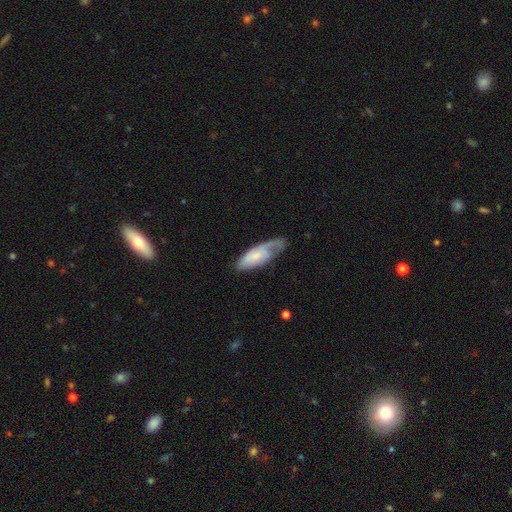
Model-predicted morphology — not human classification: This appears to be a featured or disk galaxy (48%). Merging: none (44%).